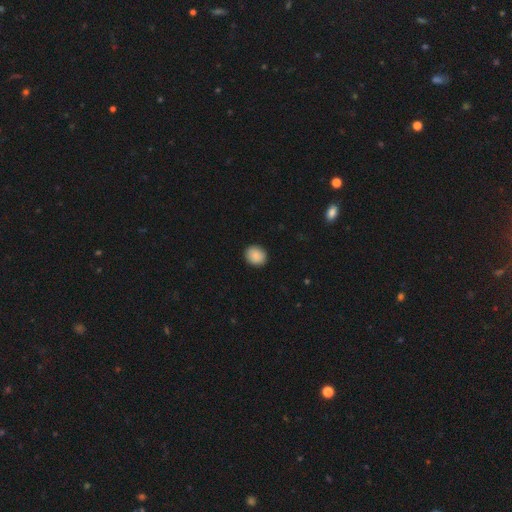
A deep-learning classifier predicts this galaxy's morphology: Smooth or featured? Predicted: smooth (p=0.89). How rounded? Predicted: round (p=0.70). Merging? Predicted: none (p=0.90).